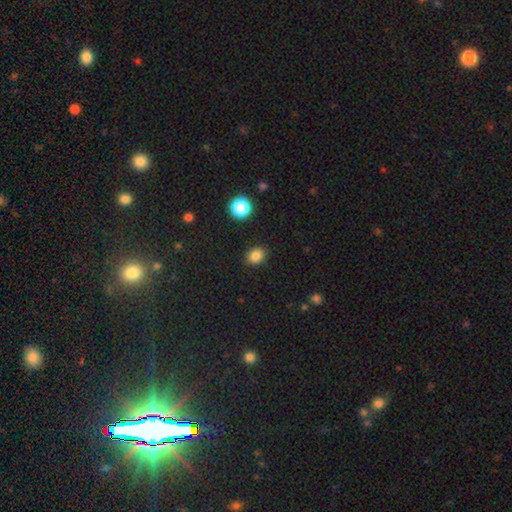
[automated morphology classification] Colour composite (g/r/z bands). It shows a smooth galaxy with no disk features (84%) that is in between round and cigar-shaped (50%). Merging: none (88%).